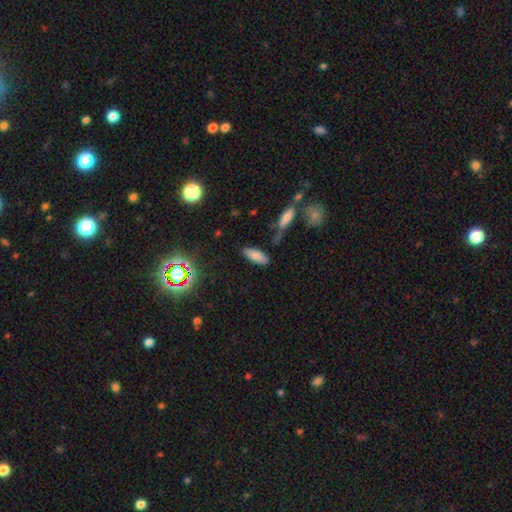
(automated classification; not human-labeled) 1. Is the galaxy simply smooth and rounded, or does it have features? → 79% smooth, 12% star or artifact, 9% featured or disk.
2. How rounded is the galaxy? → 72% in between, 26% cigar-shaped, 2% round.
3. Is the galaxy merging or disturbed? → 78% none, 13% minor disturbance, 5% merger, 4% major disturbance.